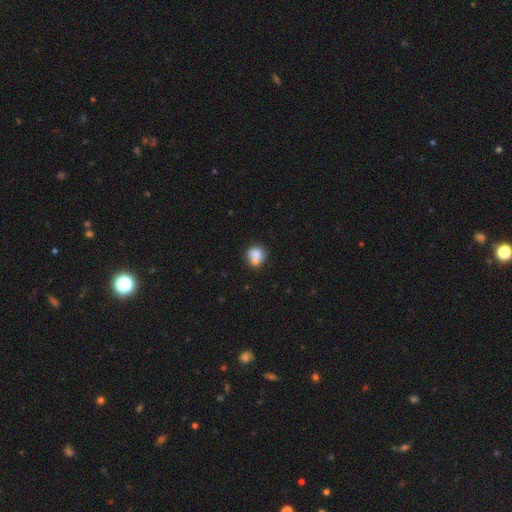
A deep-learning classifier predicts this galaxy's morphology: This is likely a smooth galaxy (78%). How rounded: likely round (78%). Merging: marginally none (45%).